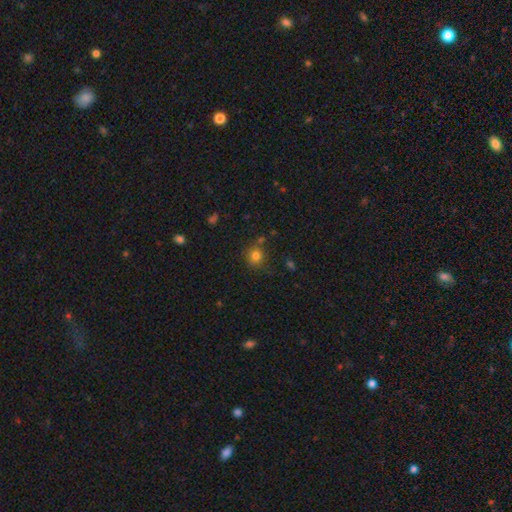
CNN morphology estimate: smooth 78%, star or artifact 15%, featured or disk 7%. Down the decision tree: how rounded — round (86%); merging — none (75%).